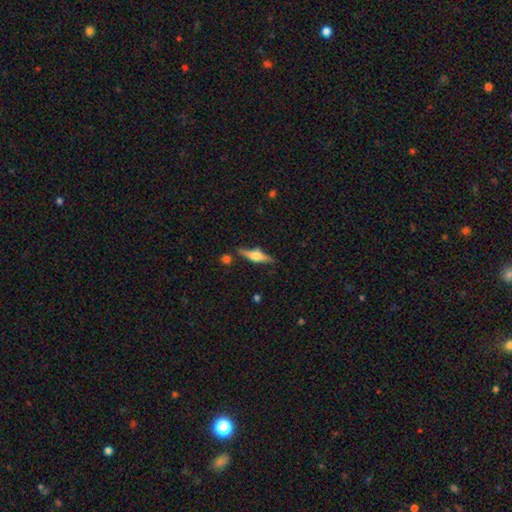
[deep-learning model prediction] A featured or disk galaxy (69%) viewed edge-on (96%) with a rounded central bulge (92%). Merging: none (81%).